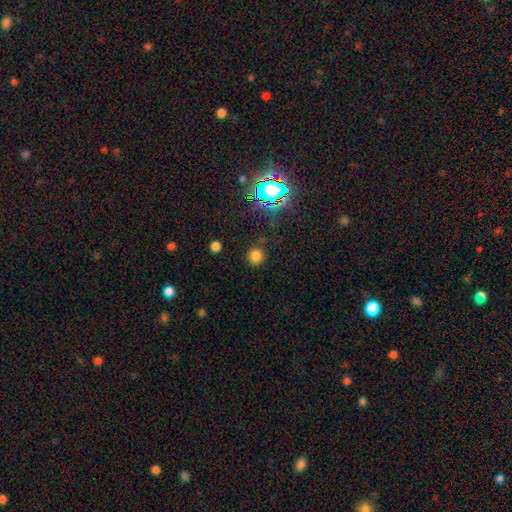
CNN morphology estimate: Q: Smooth or featured?
A: smooth (74%); runner-up: star or artifact (20%)
Q: How rounded?
A: round (91%); runner-up: in between (8%)
Q: Merging?
A: none (85%); runner-up: minor disturbance (9%)